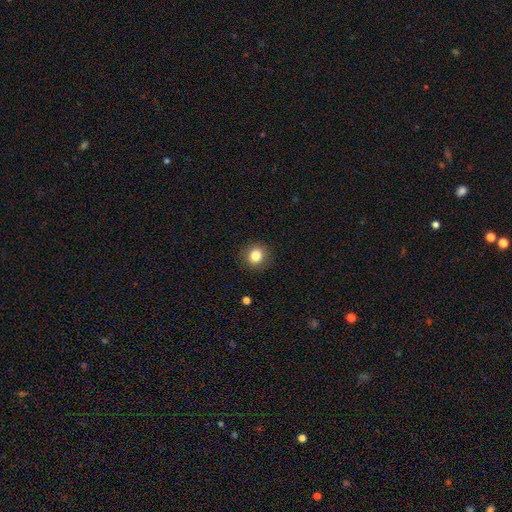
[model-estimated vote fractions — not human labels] Morphology: type=smooth (83%); roundness=round (83%); merging=none (89%).